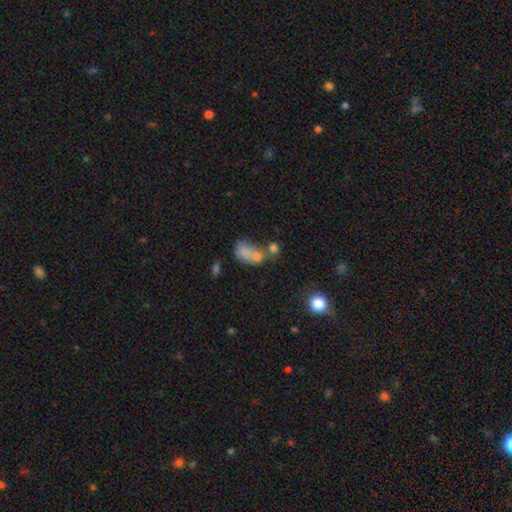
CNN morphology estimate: This is likely a smooth galaxy (69%). How rounded: likely in between (75%). Merging: possibly merger (53%).